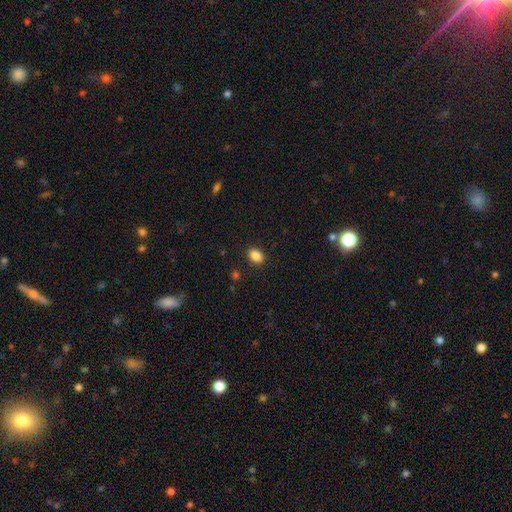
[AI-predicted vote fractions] This appears to be a smooth galaxy with no disk features (86%) that is in between round and cigar-shaped (76%). Merging: none (88%).